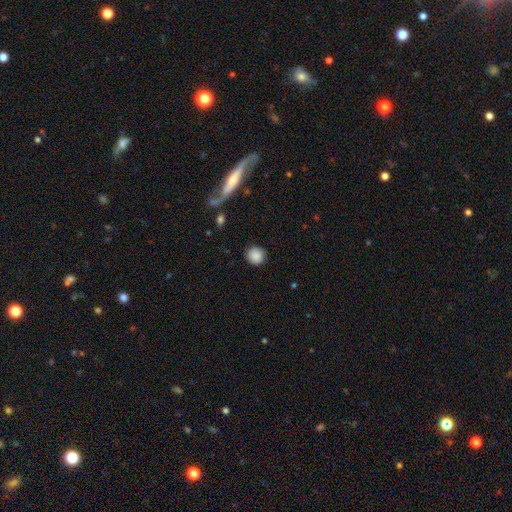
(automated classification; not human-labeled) Smooth or featured? Predicted: smooth (p=0.87). How rounded? Predicted: round (p=0.91). Merging? Predicted: none (p=0.88).